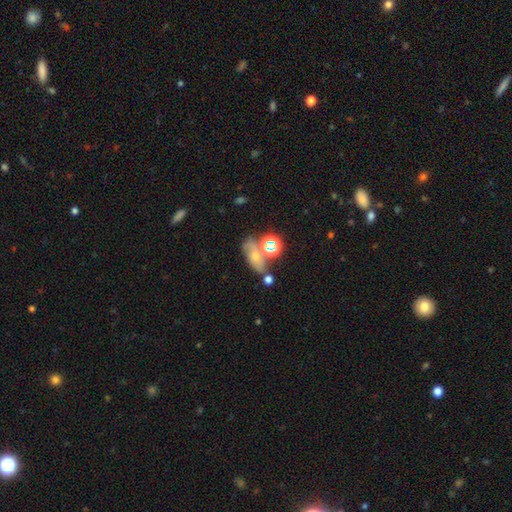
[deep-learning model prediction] Q: Smooth or featured?
A: smooth (50%); runner-up: featured or disk (27%)
Q: Merging?
A: none (46%); runner-up: merger (25%)